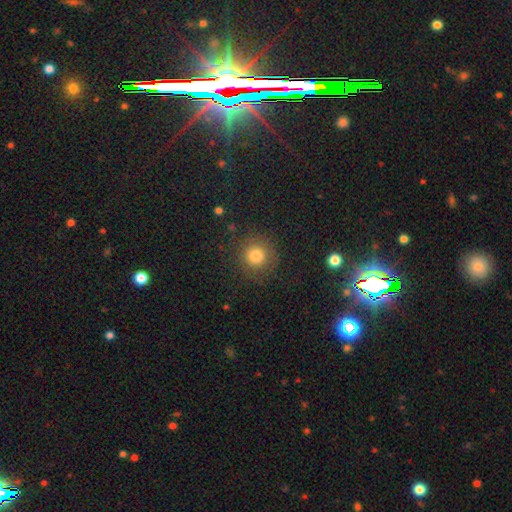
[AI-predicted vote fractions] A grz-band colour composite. It shows a smooth galaxy with no disk features (79%) that is round (94%). Merging: none (86%).